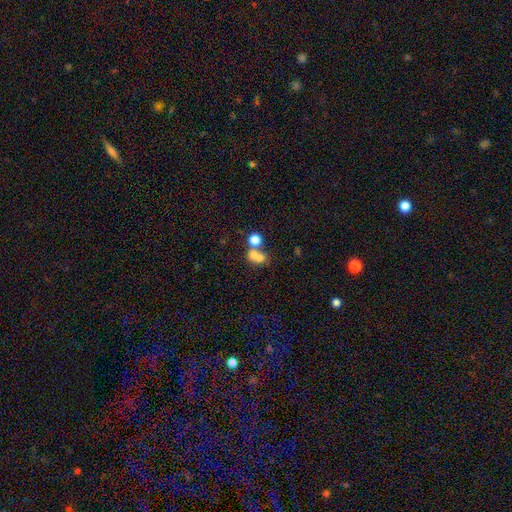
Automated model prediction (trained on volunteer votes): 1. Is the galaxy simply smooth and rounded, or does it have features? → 65% smooth, 18% featured or disk, 16% star or artifact.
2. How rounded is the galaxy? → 73% round, 26% in between, 1% cigar-shaped.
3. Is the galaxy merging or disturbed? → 57% merger, 32% none, 6% minor disturbance, 5% major disturbance.